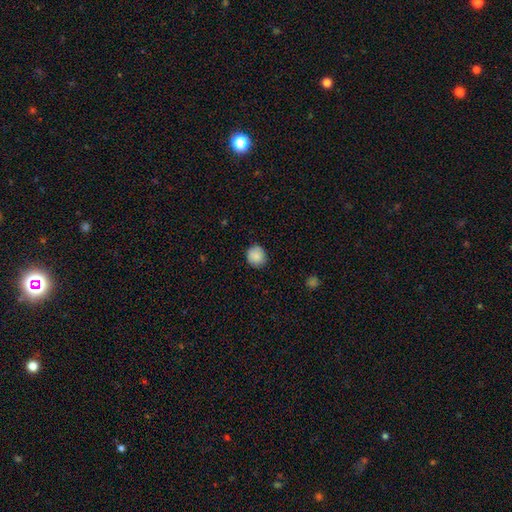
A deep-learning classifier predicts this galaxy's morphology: Smooth or featured: smooth — 87% (star or artifact — 8%)
How rounded: round — 89% (in between — 10%)
Merging: none — 86% (minor disturbance — 11%)